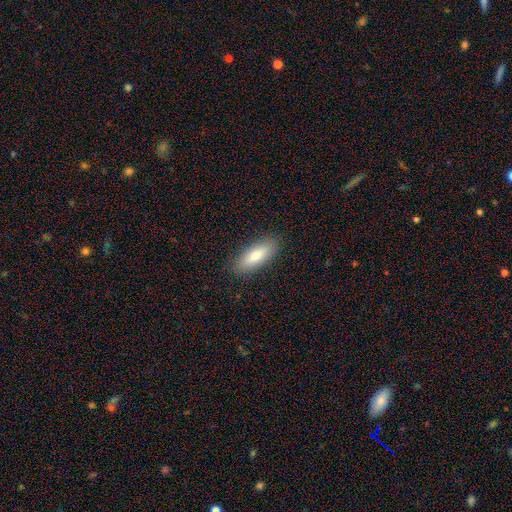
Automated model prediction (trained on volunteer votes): Smooth or featured: smooth — 81% (featured or disk — 13%)
How rounded: in between — 67% (cigar-shaped — 31%)
Merging: none — 88% (minor disturbance — 9%)